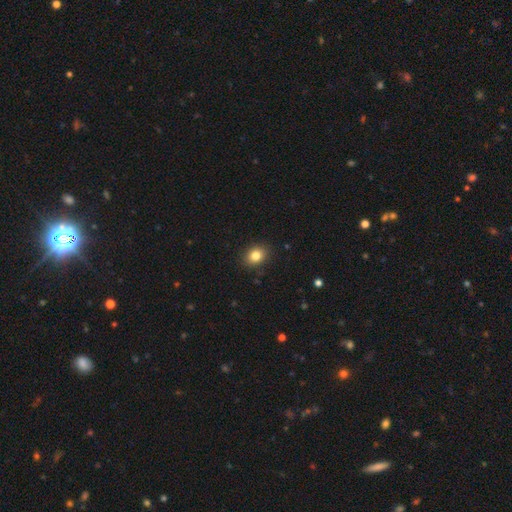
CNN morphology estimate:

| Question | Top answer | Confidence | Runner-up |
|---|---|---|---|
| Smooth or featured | smooth | 83% | star or artifact (10%) |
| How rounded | in between | 52% | round (47%) |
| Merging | none | 88% | minor disturbance (8%) |